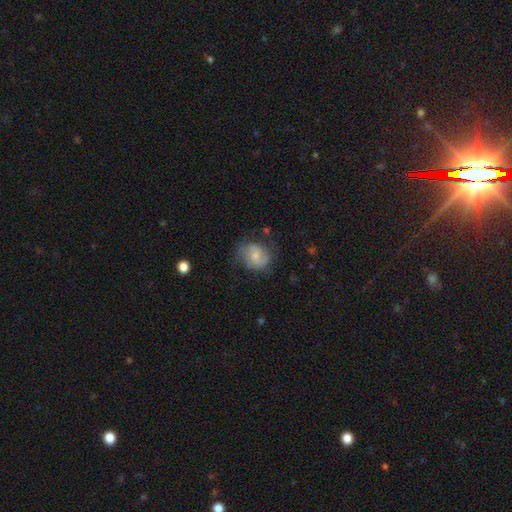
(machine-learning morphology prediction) The model was most divided on "smooth or featured": smooth: 61%, featured or disk: 31%, star or artifact: 8%. More confident: how rounded — round (65%); merging — none (58%).